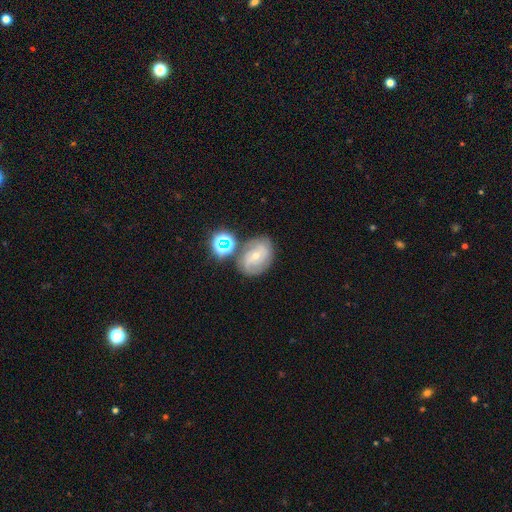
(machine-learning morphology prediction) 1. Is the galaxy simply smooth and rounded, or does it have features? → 65% featured or disk, 23% smooth, 12% star or artifact.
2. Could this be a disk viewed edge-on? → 96% no, 4% yes.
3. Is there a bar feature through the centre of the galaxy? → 55% no, 34% weak, 11% strong.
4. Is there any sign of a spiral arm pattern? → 87% yes, 13% no.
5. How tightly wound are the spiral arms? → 46% tight, 40% medium, 14% loose.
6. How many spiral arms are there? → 51% 2, 25% can't tell, 14% 3, 4% 4, 3% 1, 3% more than 4.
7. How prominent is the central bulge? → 61% small, 36% moderate, 1% large, 1% none, 1% dominant.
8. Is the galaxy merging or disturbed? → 66% none, 17% minor disturbance, 11% merger, 6% major disturbance.